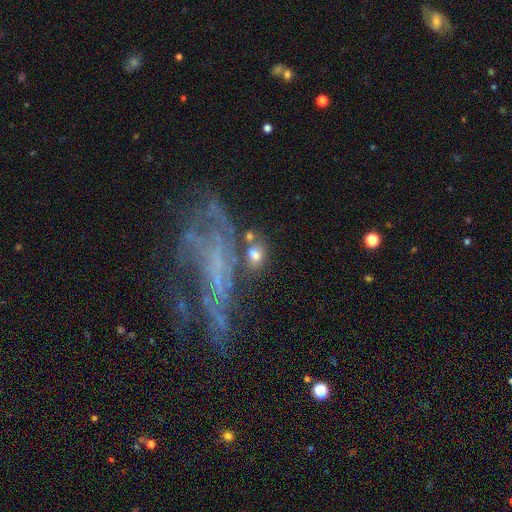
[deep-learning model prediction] Smooth or featured? Predicted: smooth (p=0.59). How rounded? Predicted: in between (p=0.67). Merging? Predicted: none (p=0.58).